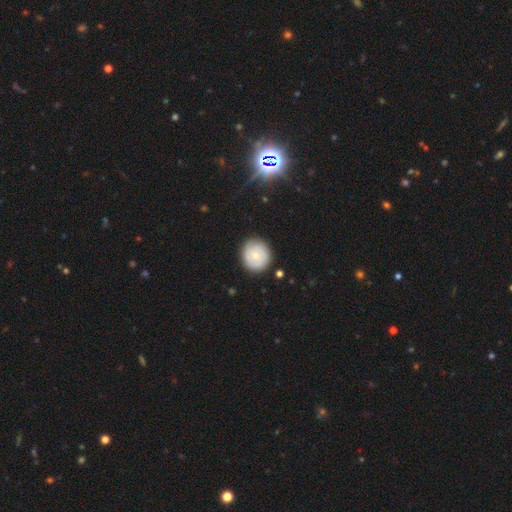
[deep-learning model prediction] This is possibly a smooth galaxy (56%). How rounded: clearly round (89%). Merging: clearly none (84%).